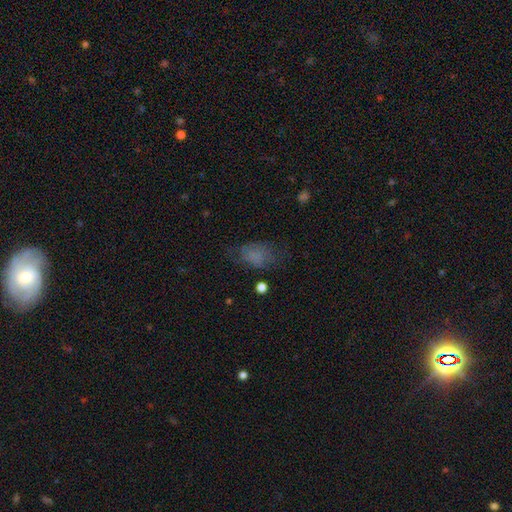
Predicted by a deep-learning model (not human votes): A smooth galaxy with no disk features (68%) that is in between round and cigar-shaped (84%).

Vote fractions:
- Smooth or featured? smooth: 68% / featured or disk: 18% / star or artifact: 15%
- How rounded? in between: 84% / round: 14% / cigar-shaped: 2%
- Merging? none: 55% / minor disturbance: 24% / major disturbance: 19% / merger: 2%